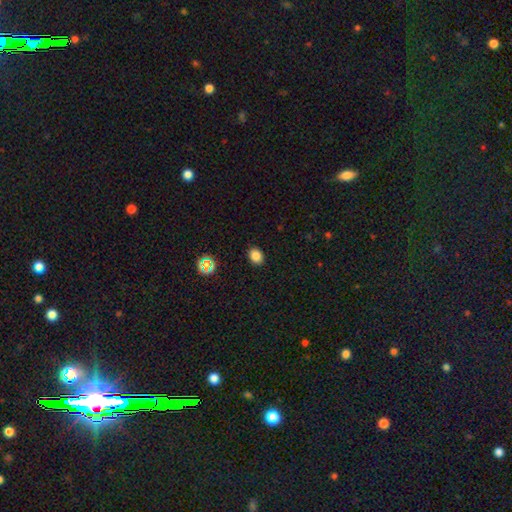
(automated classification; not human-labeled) This appears to be a smooth galaxy with no disk features (82%) that is in between round and cigar-shaped (62%). Merging: none (89%).